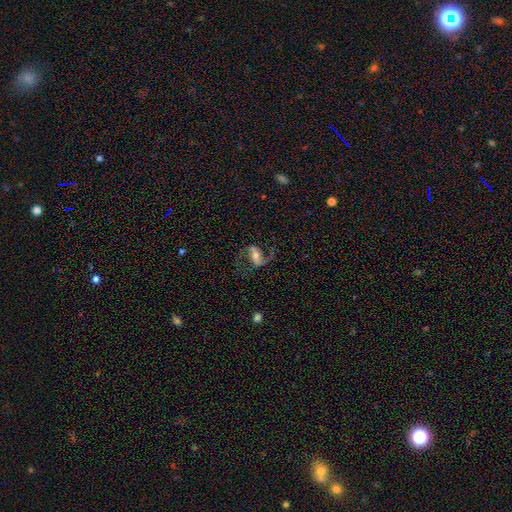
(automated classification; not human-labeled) The model was most divided on "bar": strong: 40%, weak: 37%, no: 24%. More confident: edge-on disk — no (97%); spiral arms — yes (95%); spiral arm count — 2 (89%); smooth or featured — featured or disk (83%); merging — none (71%); bulge size — moderate (57%); spiral winding — loose (55%).